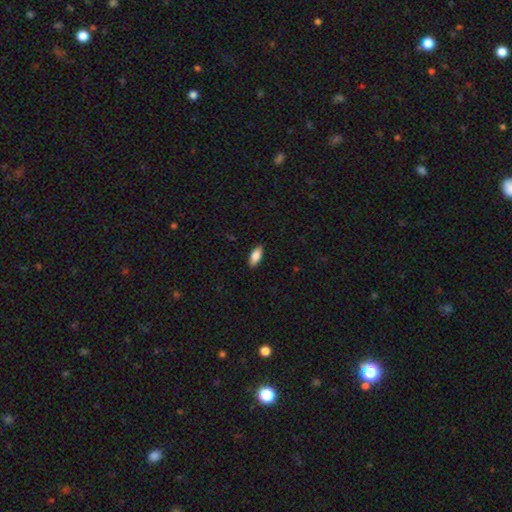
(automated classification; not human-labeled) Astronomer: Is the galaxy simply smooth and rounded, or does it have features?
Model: smooth — 85%.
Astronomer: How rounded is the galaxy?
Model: in between — 85%.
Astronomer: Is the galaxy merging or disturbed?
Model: none — 89%.